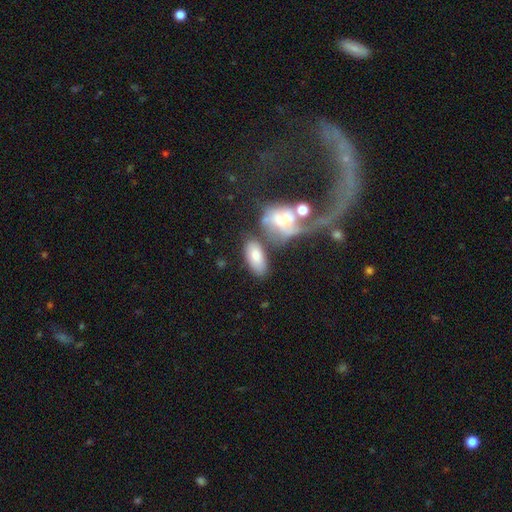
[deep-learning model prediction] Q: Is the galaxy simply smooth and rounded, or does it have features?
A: smooth — 72%.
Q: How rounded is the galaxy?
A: in between — 90%.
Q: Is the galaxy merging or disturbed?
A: none — 49%.